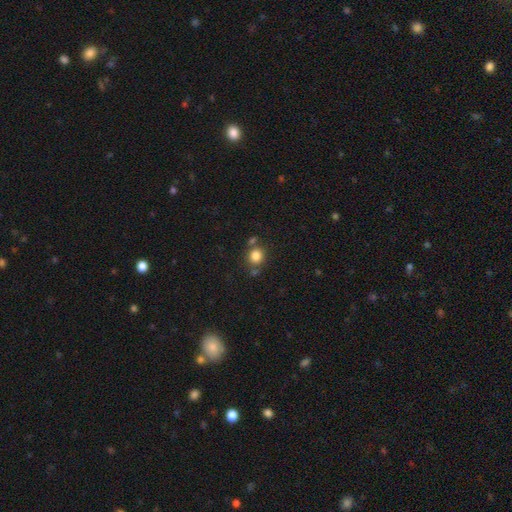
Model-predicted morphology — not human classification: A smooth galaxy with no disk features (83%) that is round (84%).

Vote fractions:
- Smooth or featured? smooth: 83% / star or artifact: 11% / featured or disk: 6%
- How rounded? round: 84% / in between: 15% / cigar-shaped: 1%
- Merging? none: 71% / merger: 15% / minor disturbance: 10% / major disturbance: 4%